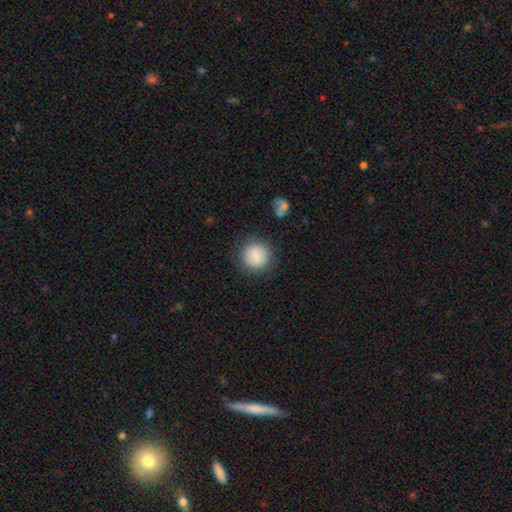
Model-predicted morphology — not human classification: Overall: smooth (87%). How rounded: round (93%). Merging: none (86%).